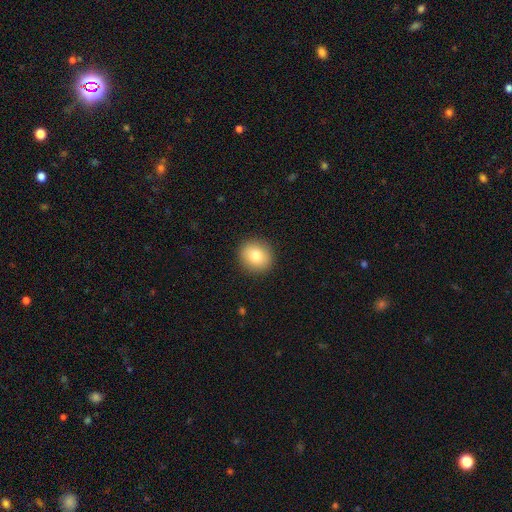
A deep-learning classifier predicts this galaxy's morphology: A smooth galaxy with no disk features (80%) that is round (86%).

Vote fractions:
- Smooth or featured? smooth: 80% / featured or disk: 11% / star or artifact: 9%
- How rounded? round: 86% / in between: 13% / cigar-shaped: 1%
- Merging? none: 92% / minor disturbance: 6% / major disturbance: 2% / merger: 1%